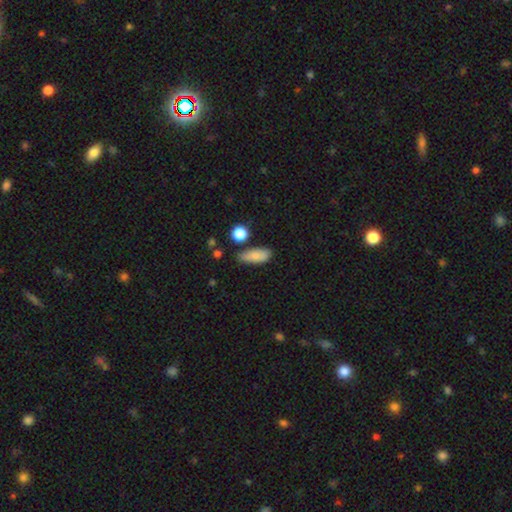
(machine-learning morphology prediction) This is clearly a smooth galaxy (83%). How rounded: likely in between (74%). Merging: likely none (70%).